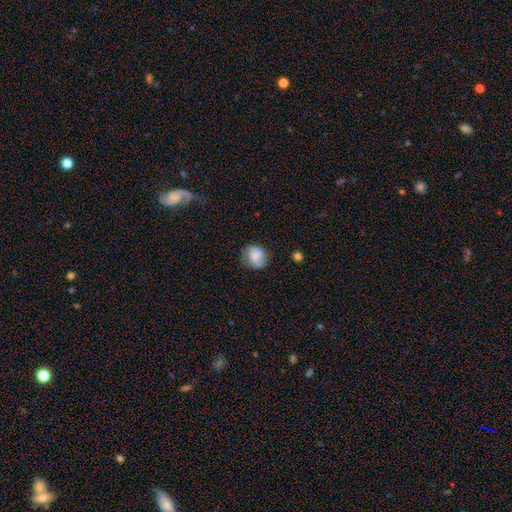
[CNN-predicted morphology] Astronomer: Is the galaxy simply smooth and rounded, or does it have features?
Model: smooth — 64%.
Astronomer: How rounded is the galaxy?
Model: round — 71%.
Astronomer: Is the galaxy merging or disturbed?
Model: none — 59%.